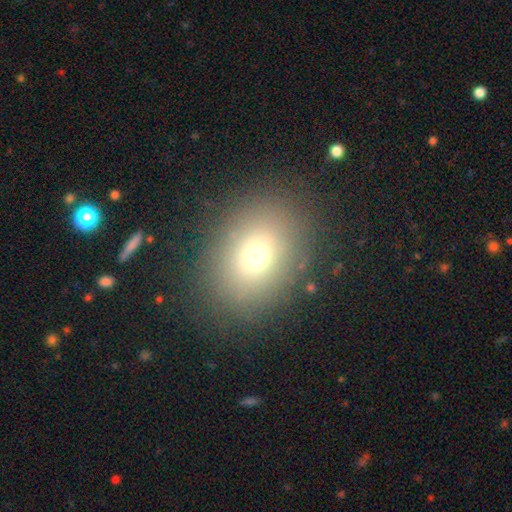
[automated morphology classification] type=smooth (72%); roundness=in between (54%); merging=none (86%).